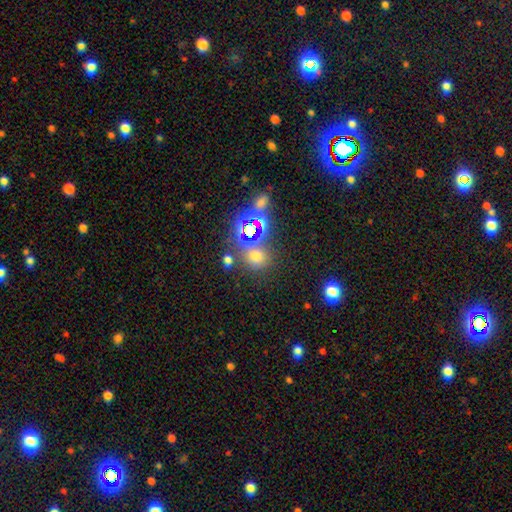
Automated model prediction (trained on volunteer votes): Smooth or featured: smooth — 54% (star or artifact — 37%)
How rounded: round — 76% (in between — 22%)
Merging: none — 69% (merger — 15%)